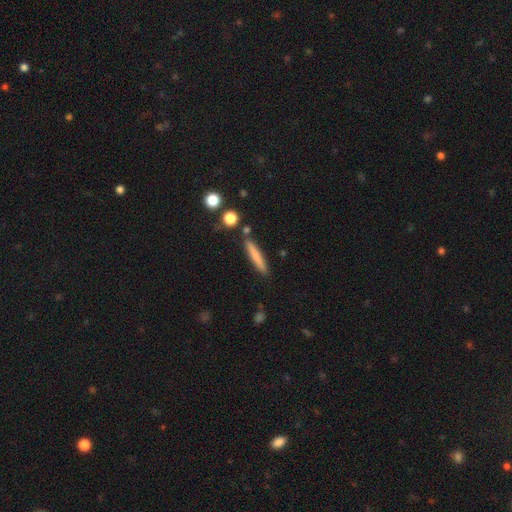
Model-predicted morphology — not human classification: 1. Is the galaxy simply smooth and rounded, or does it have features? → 74% smooth, 20% featured or disk, 6% star or artifact.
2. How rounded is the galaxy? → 93% cigar-shaped, 5% in between, 2% round.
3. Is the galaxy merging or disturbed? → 84% none, 9% minor disturbance, 4% merger, 2% major disturbance.